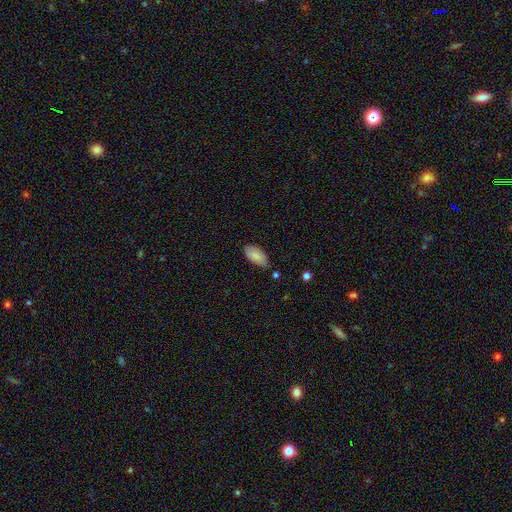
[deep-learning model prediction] Morphology: type=smooth (85%); roundness=in between (93%); merging=none (73%).